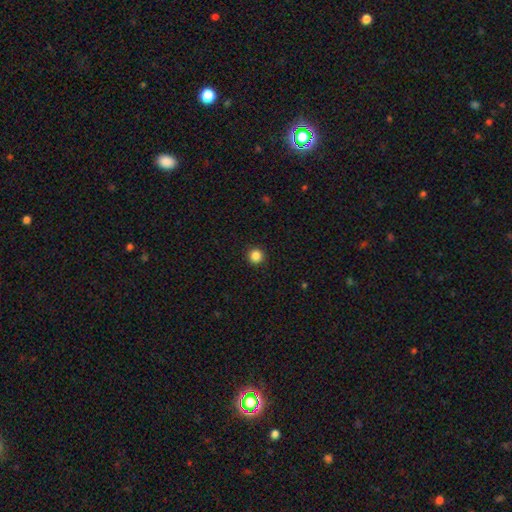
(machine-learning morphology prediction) smooth 86%, star or artifact 11%, featured or disk 3%. Down the decision tree: how rounded — round (95%); merging — none (93%).